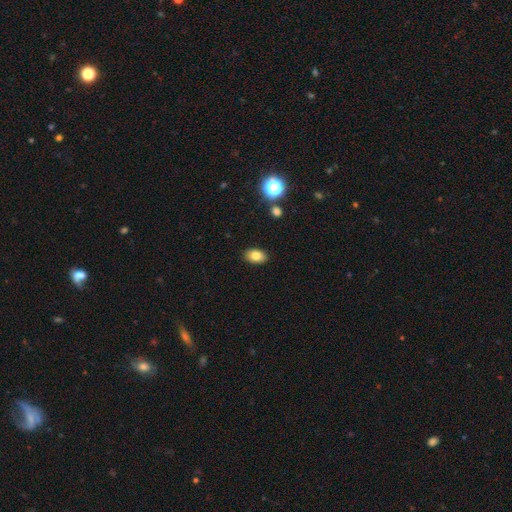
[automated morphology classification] Q: Smooth or featured?
A: smooth (80%); runner-up: star or artifact (10%)
Q: How rounded?
A: in between (86%); runner-up: round (13%)
Q: Merging?
A: none (89%); runner-up: minor disturbance (8%)